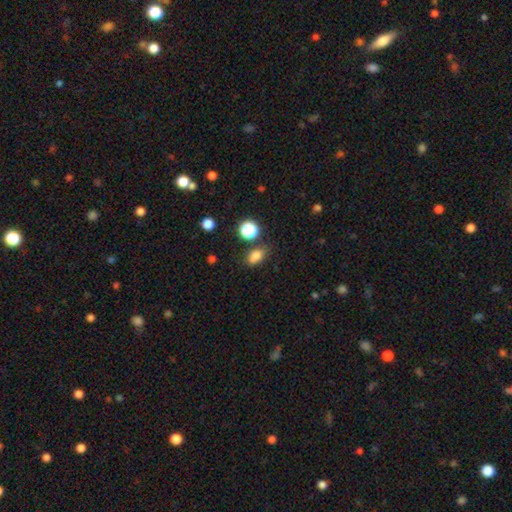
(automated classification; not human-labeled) Q: Smooth or featured?
A: smooth (78%); runner-up: star or artifact (15%)
Q: How rounded?
A: in between (76%); runner-up: round (20%)
Q: Merging?
A: none (72%); runner-up: minor disturbance (17%)